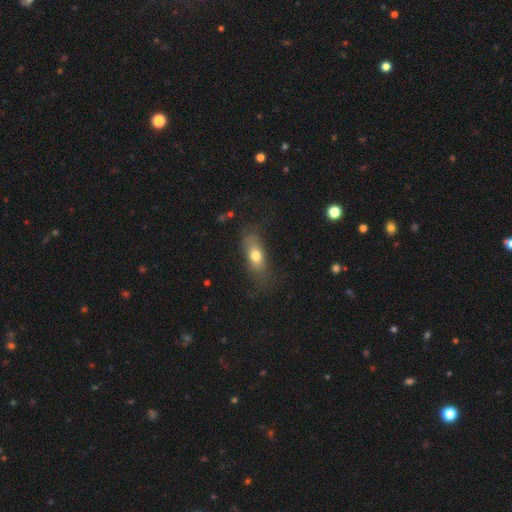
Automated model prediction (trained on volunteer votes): Smooth or featured: smooth — 70% (featured or disk — 21%)
How rounded: in between — 71% (cigar-shaped — 22%)
Merging: none — 67% (minor disturbance — 21%)